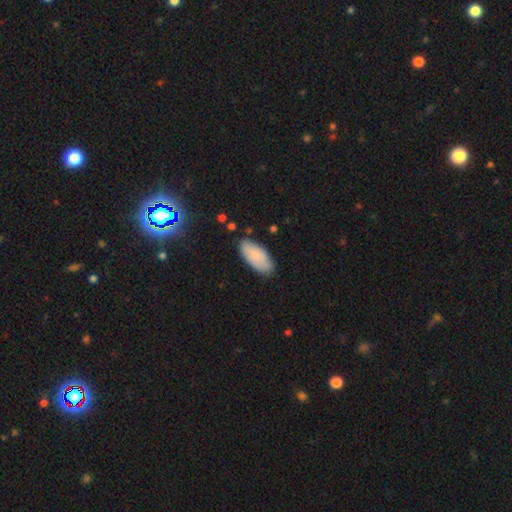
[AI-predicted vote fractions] smooth_or_featured: smooth (p=0.77) [alt: featured or disk p=0.16]
how_rounded: in between (p=0.92) [alt: cigar-shaped p=0.06]
merging: none (p=0.81) [alt: minor disturbance p=0.15]